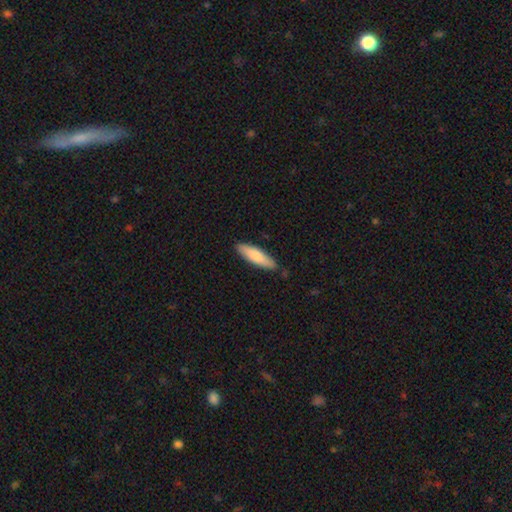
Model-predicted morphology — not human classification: smooth_or_featured: smooth (p=0.79) [alt: featured or disk p=0.16]
how_rounded: cigar-shaped (p=0.64) [alt: in between p=0.34]
merging: none (p=0.87) [alt: minor disturbance p=0.10]